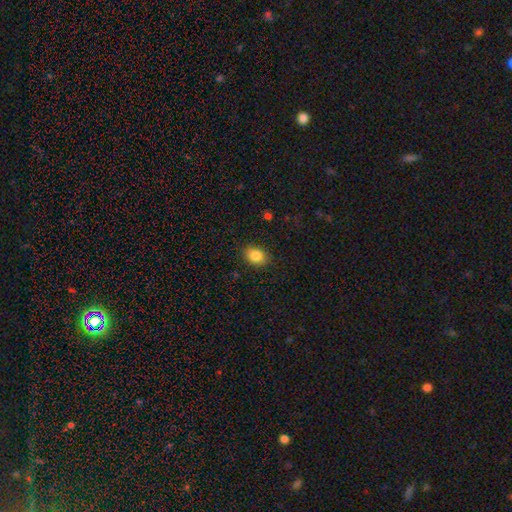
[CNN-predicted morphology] A smooth galaxy with no disk features (85%) that is in between round and cigar-shaped (70%). Merging: none (86%).